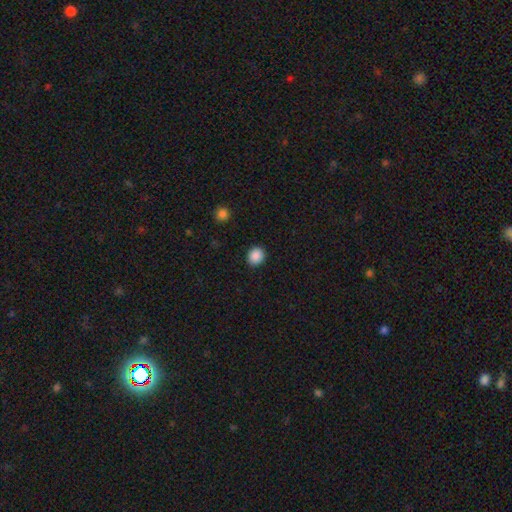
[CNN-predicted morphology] smooth-or-featured: smooth: 89% | star or artifact: 9% | featured or disk: 2%
  how-rounded: round: 76% | in between: 23% | cigar-shaped: 1%
  merging: none: 91% | minor disturbance: 6% | major disturbance: 2% | merger: 1%